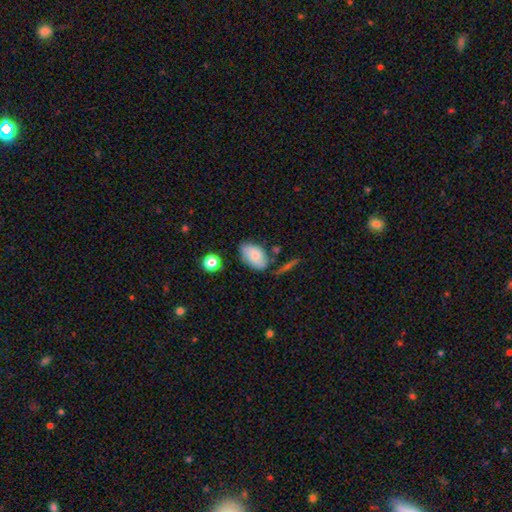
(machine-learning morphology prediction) A smooth galaxy with no disk features (78%) that is in between round and cigar-shaped (91%). Merging: none (64%).